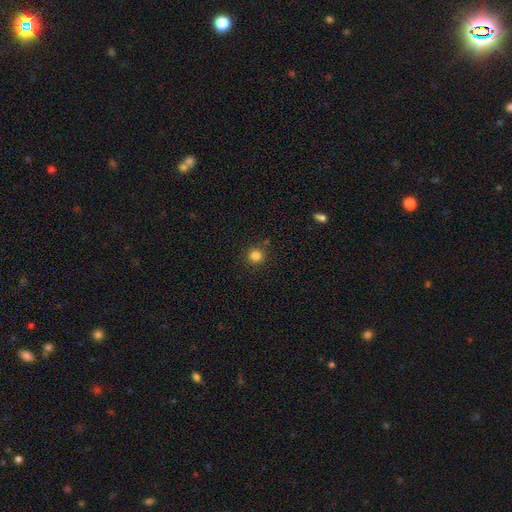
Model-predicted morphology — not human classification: Overall: smooth (83%). How rounded: round (95%). Merging: none (87%).